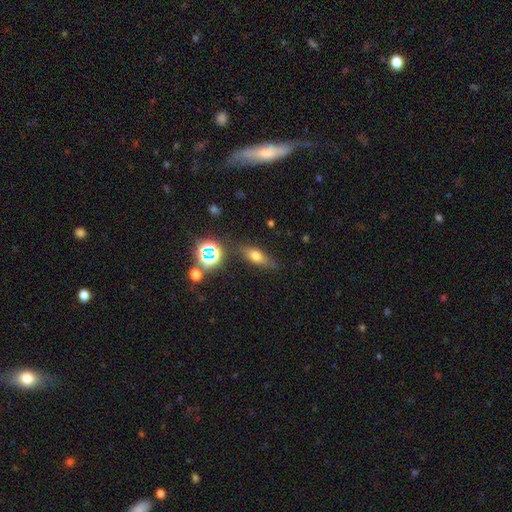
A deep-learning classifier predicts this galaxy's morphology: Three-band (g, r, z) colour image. It shows a smooth galaxy with no disk features (57%) that is in between round and cigar-shaped (55%). Merging: none (77%).